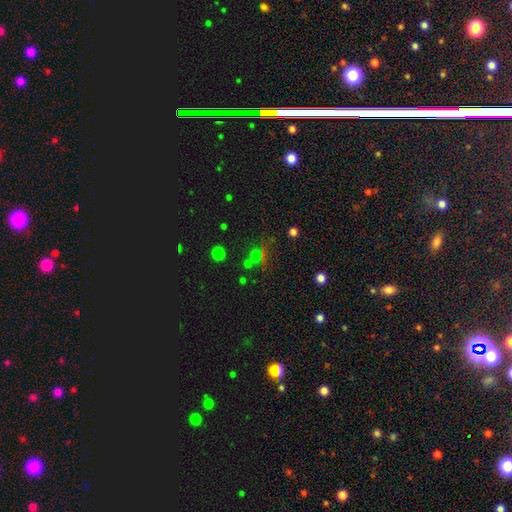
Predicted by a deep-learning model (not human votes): A star or artifact, not a galaxy (52%).

Vote fractions:
- Smooth or featured? star or artifact: 52% / smooth: 36% / featured or disk: 13%